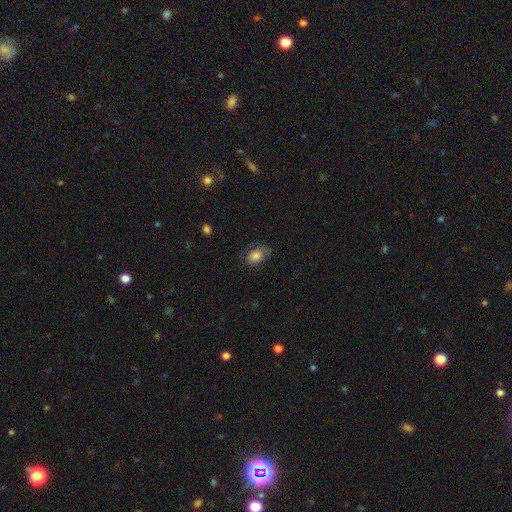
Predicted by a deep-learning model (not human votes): Morphology: type=smooth (78%); roundness=in between (78%); merging=none (62%).